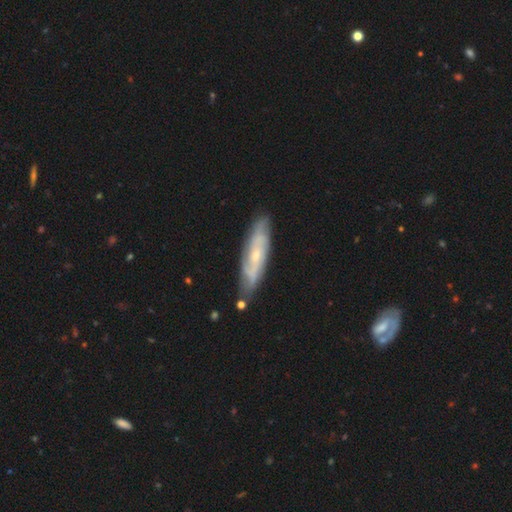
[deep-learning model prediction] A featured or disk galaxy (69%).

Vote fractions:
- Smooth or featured? featured or disk: 69% / smooth: 25% / star or artifact: 6%
- Edge-on disk? no: 70% / yes: 30%
- Merging? none: 80% / minor disturbance: 15% / major disturbance: 3% / merger: 2%